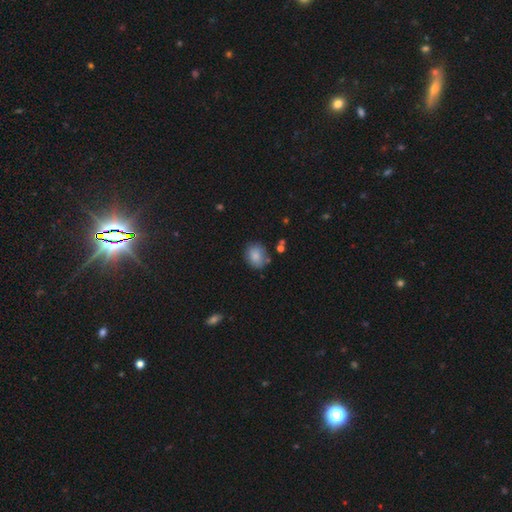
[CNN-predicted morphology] smooth-or-featured: smooth: 84% | star or artifact: 8% | featured or disk: 7%
  how-rounded: round: 55% | in between: 44% | cigar-shaped: 1%
  merging: none: 74% | minor disturbance: 18% | merger: 4% | major disturbance: 4%